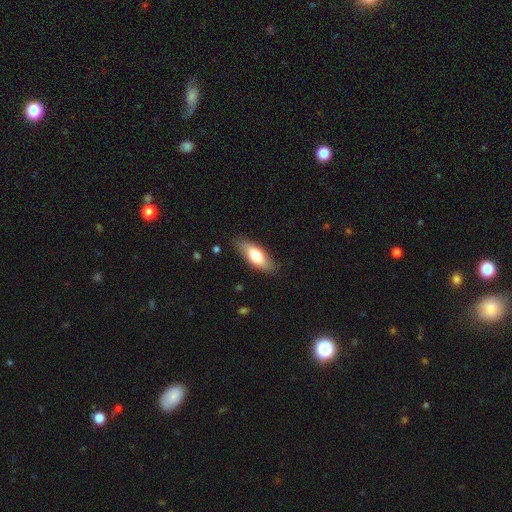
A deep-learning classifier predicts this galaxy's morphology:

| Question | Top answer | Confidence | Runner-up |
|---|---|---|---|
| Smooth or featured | smooth | 71% | featured or disk (23%) |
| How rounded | in between | 73% | cigar-shaped (24%) |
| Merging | none | 81% | minor disturbance (15%) |